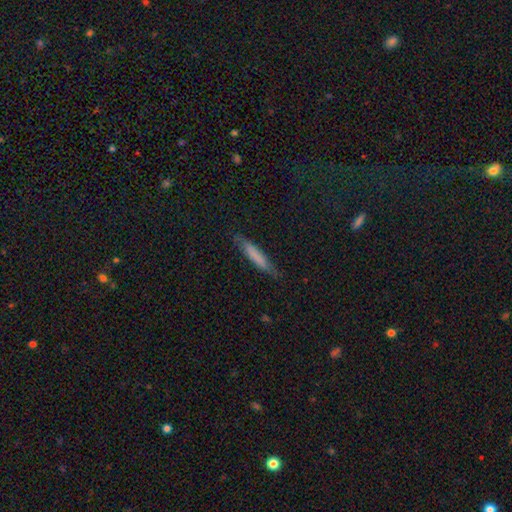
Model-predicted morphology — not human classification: type=smooth (72%); roundness=cigar-shaped (91%); merging=none (79%).